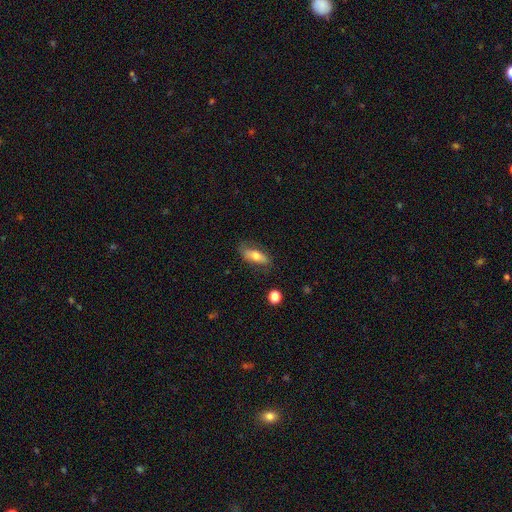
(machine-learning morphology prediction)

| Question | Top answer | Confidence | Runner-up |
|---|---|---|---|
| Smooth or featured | smooth | 65% | featured or disk (28%) |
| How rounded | in between | 72% | cigar-shaped (25%) |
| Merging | none | 70% | minor disturbance (21%) |